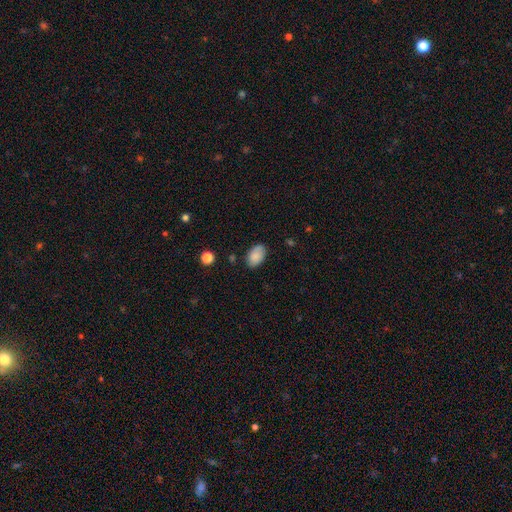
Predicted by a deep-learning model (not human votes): This is clearly a smooth galaxy (83%). How rounded: clearly in between (90%). Merging: likely none (79%).